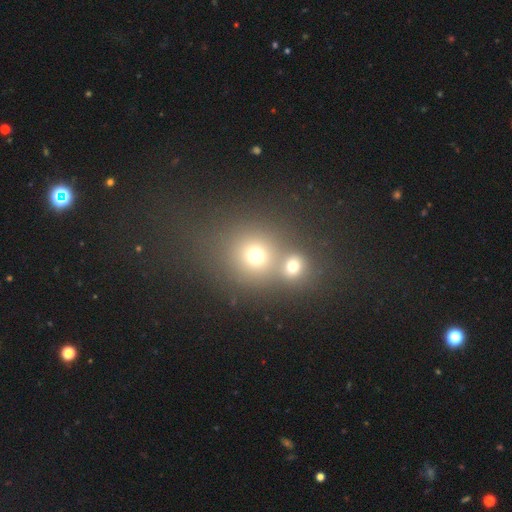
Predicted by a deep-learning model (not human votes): Morphology: type=smooth (70%); roundness=round (84%); merging=merger (52%).